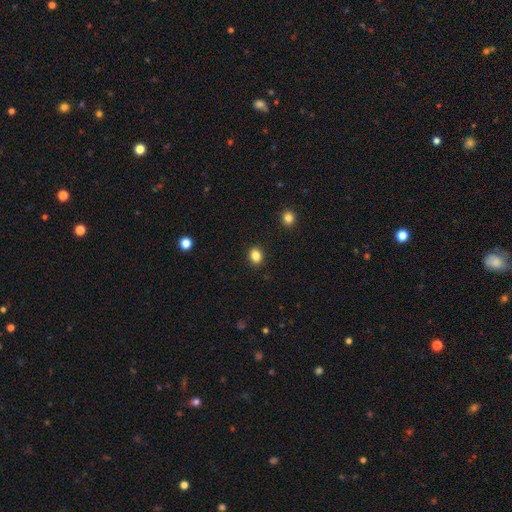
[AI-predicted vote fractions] This appears to be a smooth galaxy with no disk features (85%) that is round (55%). Merging: none (90%).